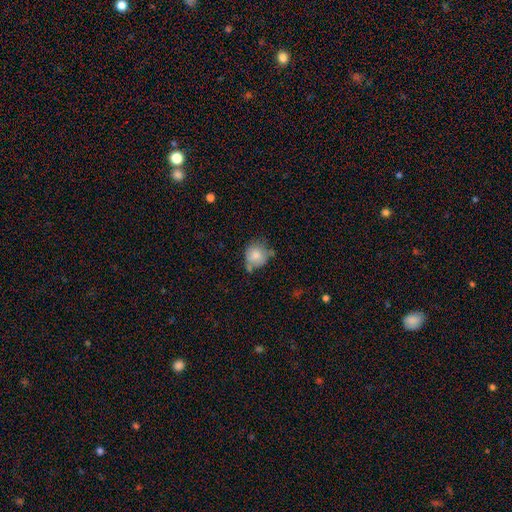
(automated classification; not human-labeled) Morphology: type=smooth (77%); roundness=round (79%); merging=none (48%).